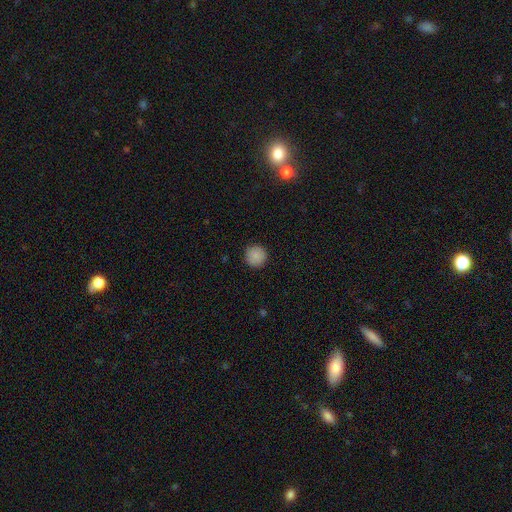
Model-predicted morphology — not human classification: This is clearly a smooth galaxy (88%). How rounded: clearly round (95%). Merging: clearly none (91%).